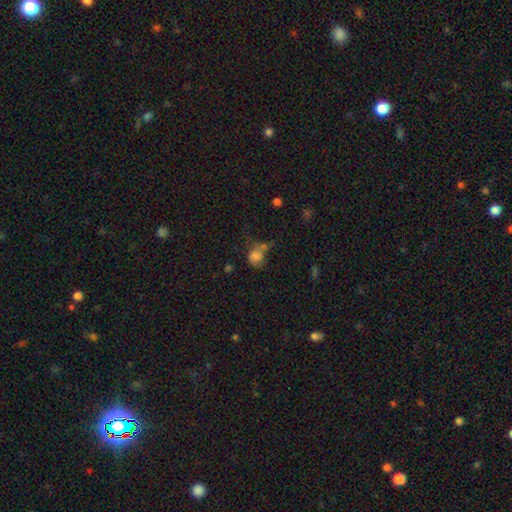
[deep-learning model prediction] smooth 74%, star or artifact 13%, featured or disk 12%. Down the decision tree: how rounded — round (55%); merging — none (35%).